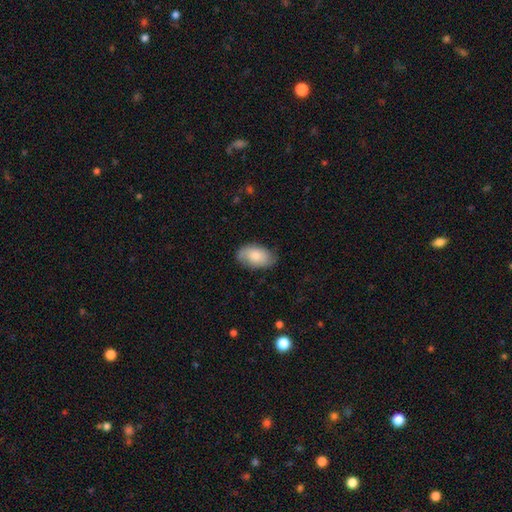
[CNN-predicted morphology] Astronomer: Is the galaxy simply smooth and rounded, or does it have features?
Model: smooth — 68%.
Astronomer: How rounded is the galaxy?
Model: in between — 92%.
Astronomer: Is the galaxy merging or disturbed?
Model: none — 73%.